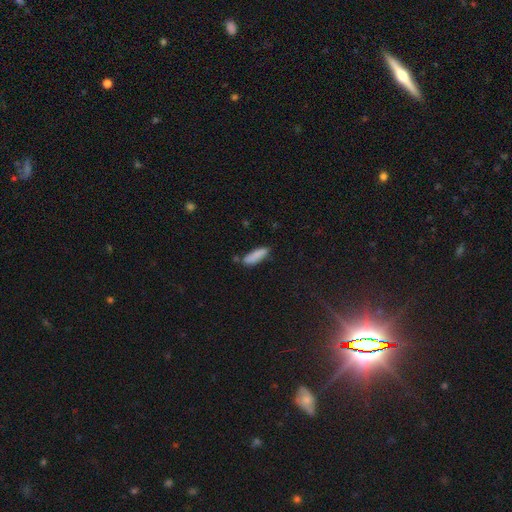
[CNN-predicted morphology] Smooth or featured? Predicted: smooth (p=0.86). How rounded? Predicted: cigar-shaped (p=0.54). Merging? Predicted: none (p=0.74).